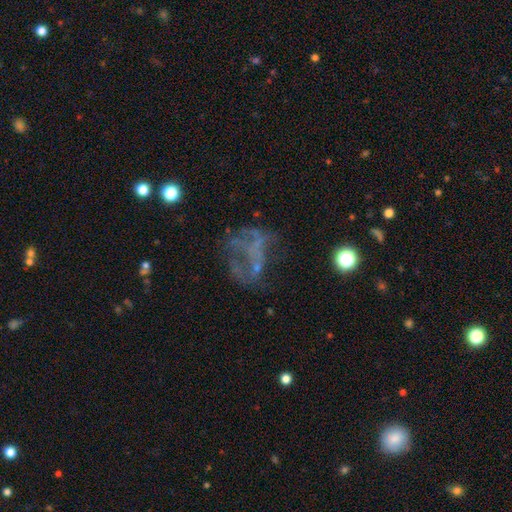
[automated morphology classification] Smooth or featured: featured or disk — 51% (star or artifact — 27%)
Edge-on disk: no — 96% (yes — 4%)
Merging: none — 43% (major disturbance — 35%)